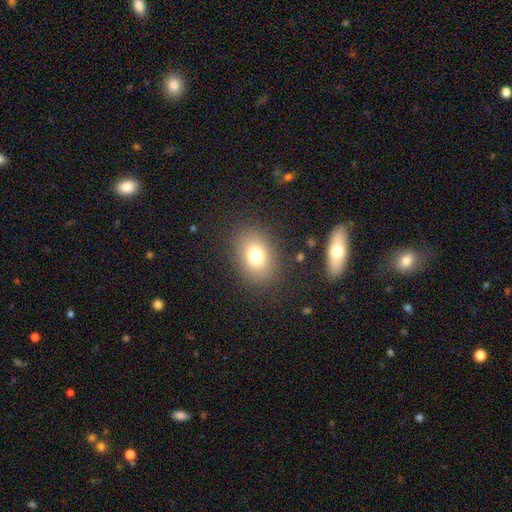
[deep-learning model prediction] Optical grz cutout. It shows a smooth galaxy with no disk features (75%) that is in between round and cigar-shaped (63%). Merging: none (85%).